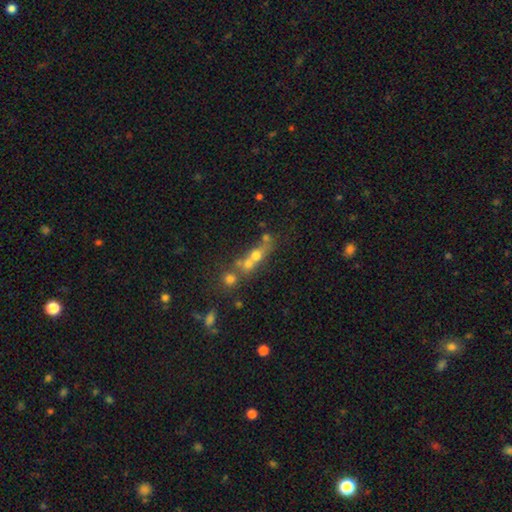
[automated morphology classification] smooth 53%, featured or disk 29%, star or artifact 18%. Down the decision tree: how rounded — round (52%); merging — merger (54%).